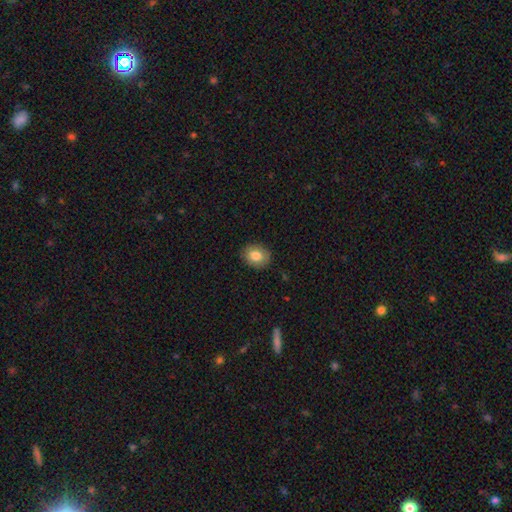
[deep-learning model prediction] This appears to be a smooth galaxy with no disk features (80%) that is round (53%). Merging: none (88%).